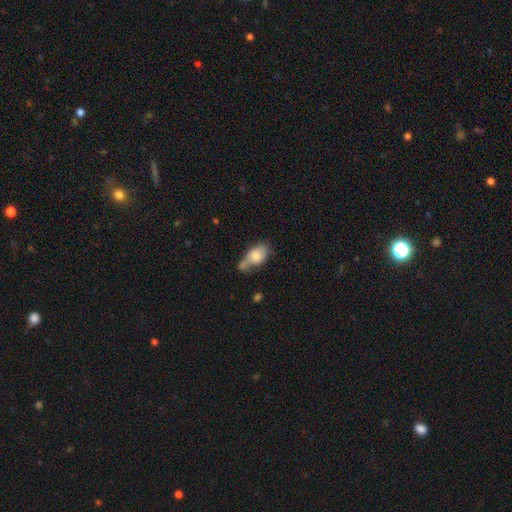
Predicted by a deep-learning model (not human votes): Smooth or featured? Predicted: smooth (p=0.69). How rounded? Predicted: in between (p=0.85). Merging? Predicted: none (p=0.30).